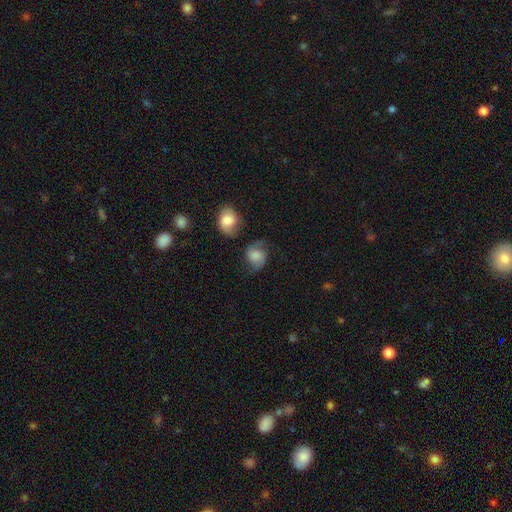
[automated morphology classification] This appears to be a featured or disk galaxy (51%). Merging: none (58%).